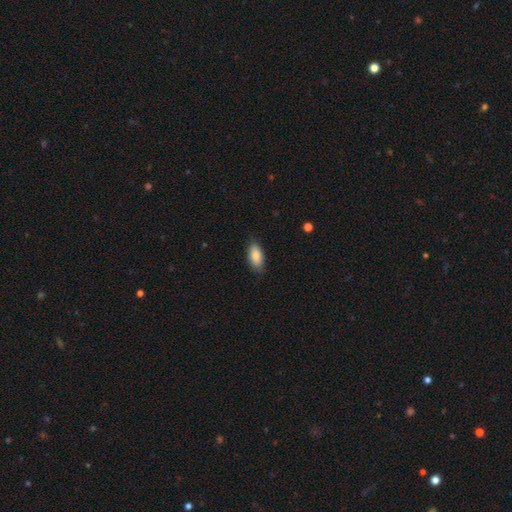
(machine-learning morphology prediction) Smooth or featured? Predicted: smooth (p=0.86). How rounded? Predicted: in between (p=0.90). Merging? Predicted: none (p=0.84).